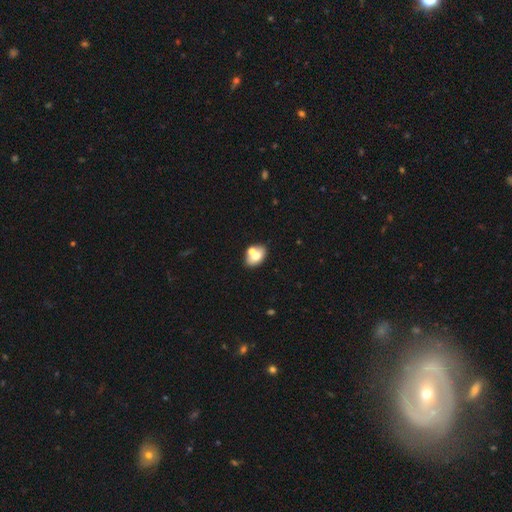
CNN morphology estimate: smooth_or_featured: smooth (p=0.65) [alt: featured or disk p=0.26]
how_rounded: in between (p=0.77) [alt: round p=0.22]
merging: none (p=0.50) [alt: merger p=0.35]